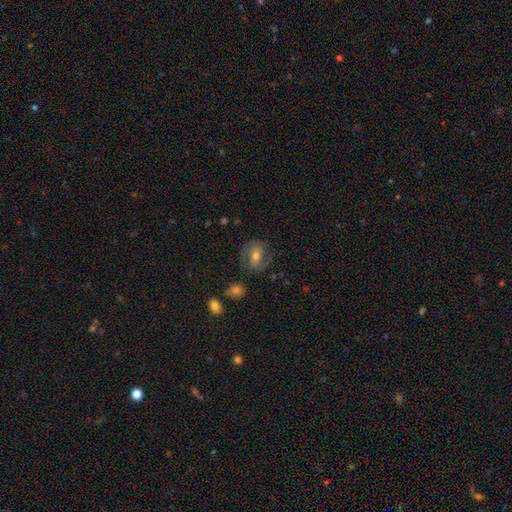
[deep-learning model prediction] A featured or disk galaxy (51%).

Vote fractions:
- Smooth or featured? featured or disk: 51% / smooth: 40% / star or artifact: 9%
- Edge-on disk? no: 95% / yes: 5%
- Merging? none: 72% / minor disturbance: 16% / major disturbance: 9% / merger: 2%